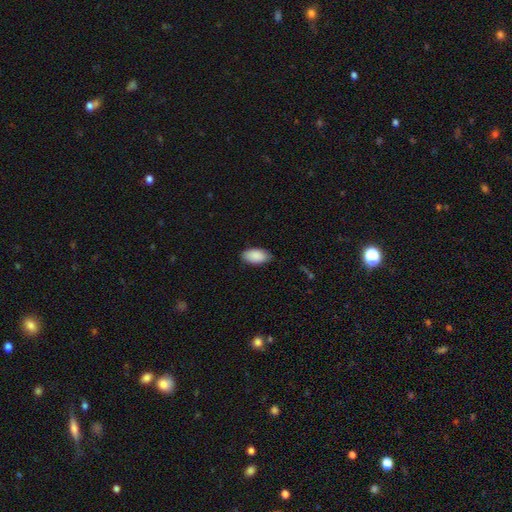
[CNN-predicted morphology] Smooth or featured? Predicted: smooth (p=0.90). How rounded? Predicted: in between (p=0.95). Merging? Predicted: none (p=0.83).